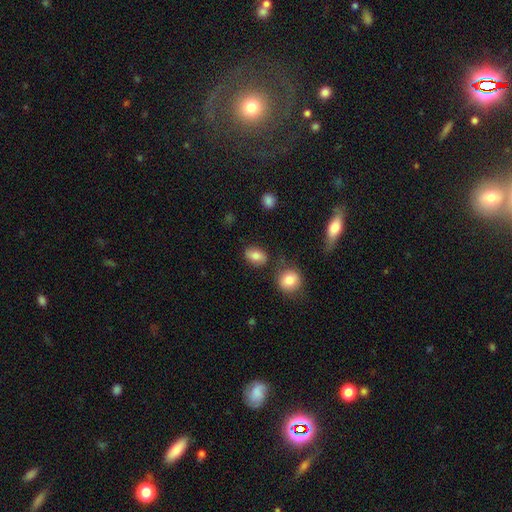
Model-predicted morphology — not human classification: smooth 81%, featured or disk 10%, star or artifact 9%. Down the decision tree: how rounded — in between (78%); merging — none (75%).